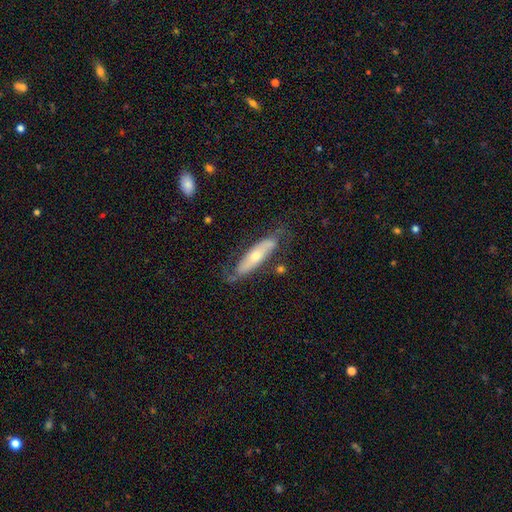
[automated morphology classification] featured or disk 59%, smooth 35%, star or artifact 6%. Down the decision tree: edge-on disk — no (63%); merging — none (66%).